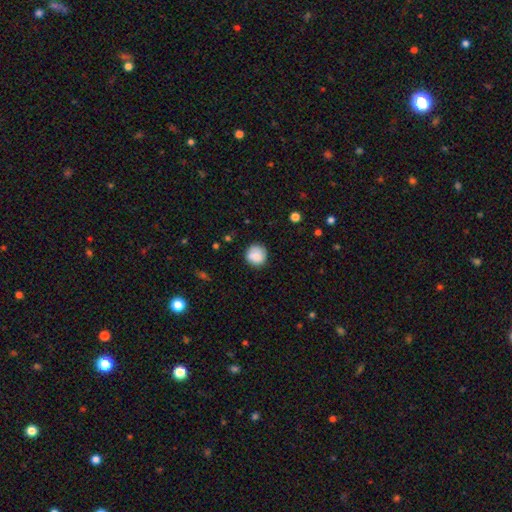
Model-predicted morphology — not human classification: Q: Smooth or featured?
A: smooth (85%); runner-up: star or artifact (8%)
Q: How rounded?
A: round (93%); runner-up: in between (6%)
Q: Merging?
A: none (84%); runner-up: minor disturbance (12%)